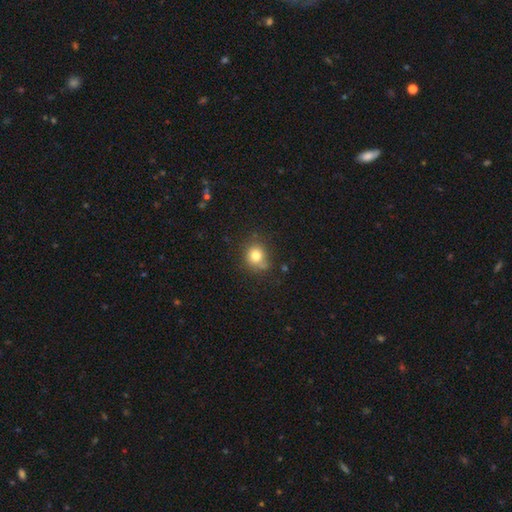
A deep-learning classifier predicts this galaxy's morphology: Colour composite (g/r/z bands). It shows a smooth galaxy with no disk features (78%) that is round (77%). Merging: none (68%).